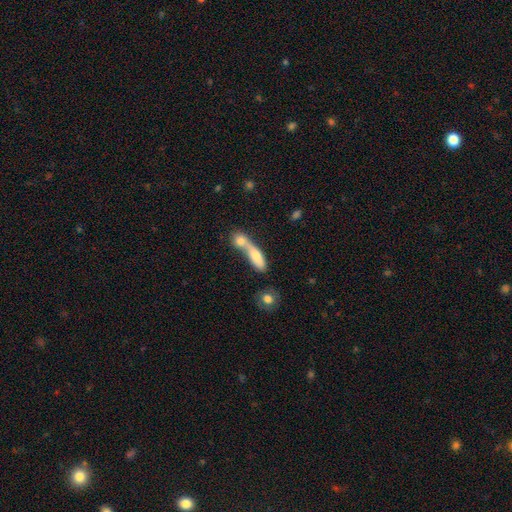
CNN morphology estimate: Q: Smooth or featured?
A: smooth (69%); runner-up: featured or disk (22%)
Q: How rounded?
A: cigar-shaped (47%); runner-up: in between (46%)
Q: Merging?
A: merger (65%); runner-up: none (22%)